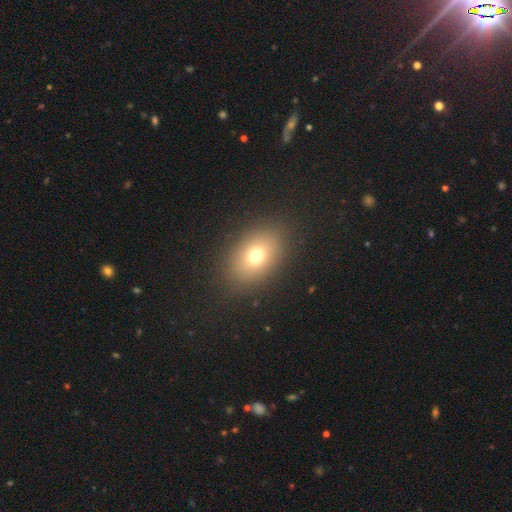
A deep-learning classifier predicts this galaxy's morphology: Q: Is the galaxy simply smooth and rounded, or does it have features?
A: smooth — 71%.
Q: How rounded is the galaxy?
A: in between — 72%.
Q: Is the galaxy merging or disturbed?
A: none — 86%.